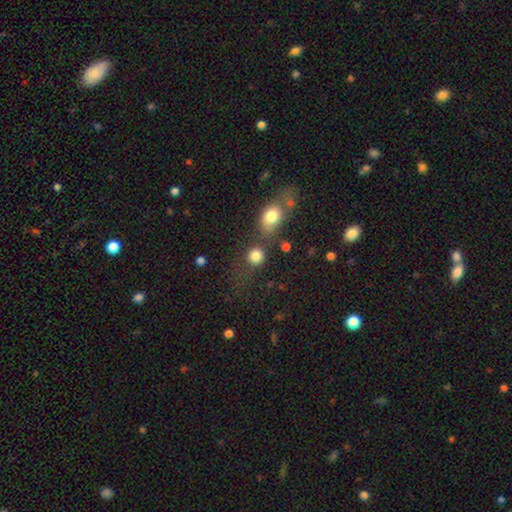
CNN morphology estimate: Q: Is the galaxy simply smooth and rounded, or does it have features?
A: smooth — 84%.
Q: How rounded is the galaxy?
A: round — 84%.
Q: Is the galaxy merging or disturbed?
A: none — 62%.